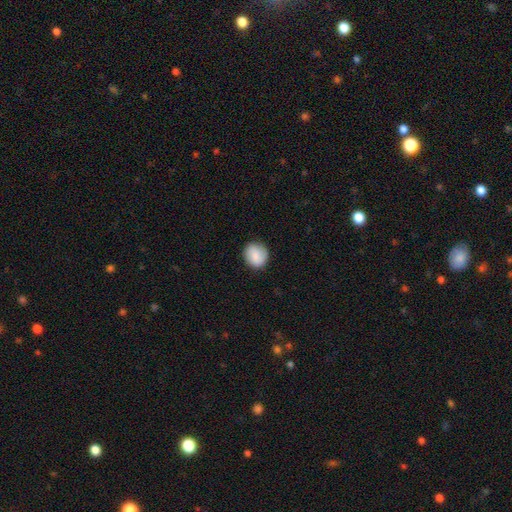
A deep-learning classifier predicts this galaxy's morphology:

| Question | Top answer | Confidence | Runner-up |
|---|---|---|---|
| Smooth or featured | smooth | 87% | star or artifact (7%) |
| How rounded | round | 81% | in between (18%) |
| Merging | none | 86% | minor disturbance (10%) |